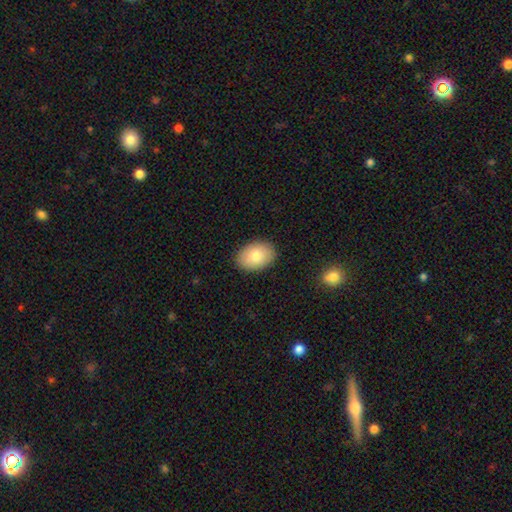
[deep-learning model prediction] A smooth galaxy with no disk features (81%) that is in between round and cigar-shaped (80%). Merging: none (89%).